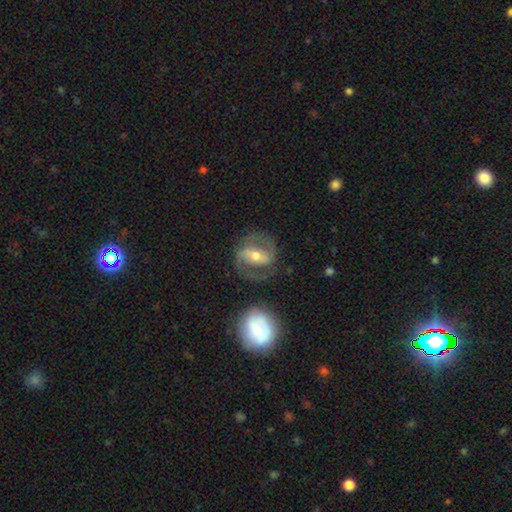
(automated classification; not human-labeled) Morphology: type=featured or disk (77%); edge-on=no (95%); bar=strong (53%); spiral arms=yes (87%); winding=medium (52%); arm count=2 (88%); bulge=moderate (62%); merging=none (73%).